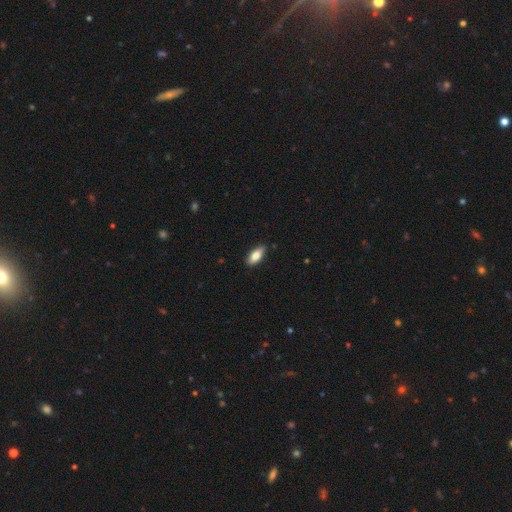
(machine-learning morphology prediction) Smooth or featured?
  - smooth: 80% *
  - featured or disk: 14%
  - star or artifact: 6%
How rounded?
  - in between: 82% *
  - cigar-shaped: 16%
  - round: 2%
Merging?
  - none: 88% *
  - minor disturbance: 10%
  - major disturbance: 2%
  - merger: 1%